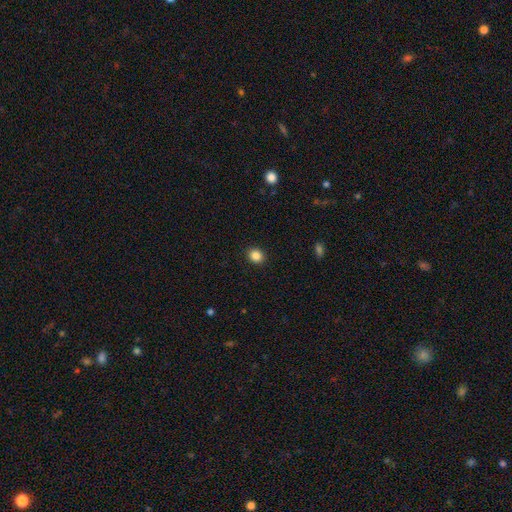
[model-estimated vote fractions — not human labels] Q: Smooth or featured?
A: smooth (86%); runner-up: star or artifact (10%)
Q: How rounded?
A: round (65%); runner-up: in between (34%)
Q: Merging?
A: none (91%); runner-up: minor disturbance (6%)